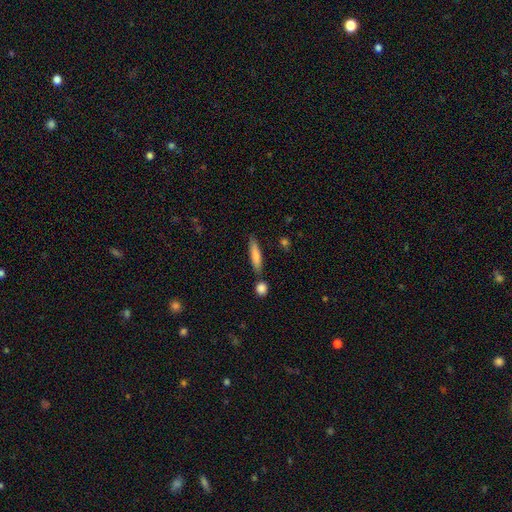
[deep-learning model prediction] Morphology: type=smooth (75%); roundness=cigar-shaped (81%); merging=none (77%).